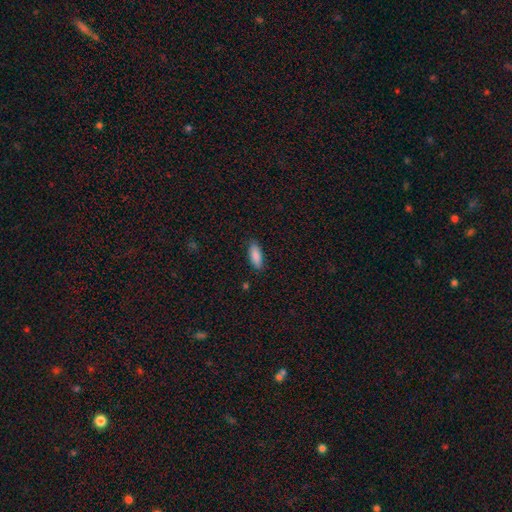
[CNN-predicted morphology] Overall: smooth (89%). How rounded: in between (74%). Merging: none (86%).